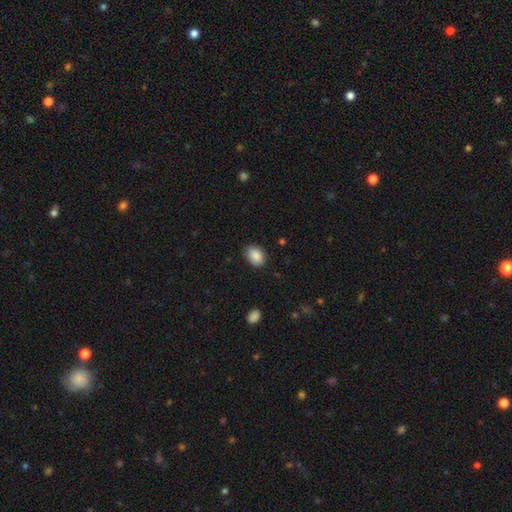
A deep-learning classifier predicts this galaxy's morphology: Overall: smooth (89%). How rounded: in between (74%). Merging: none (83%).